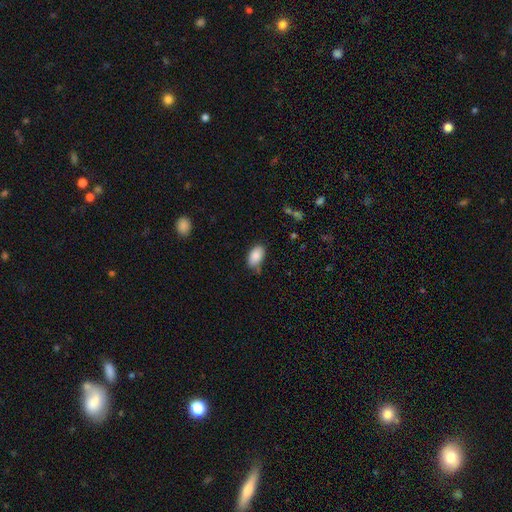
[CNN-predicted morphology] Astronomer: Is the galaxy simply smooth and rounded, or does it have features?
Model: smooth — 88%.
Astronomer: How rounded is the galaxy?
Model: in between — 93%.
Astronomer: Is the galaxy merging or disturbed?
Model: none — 71%.